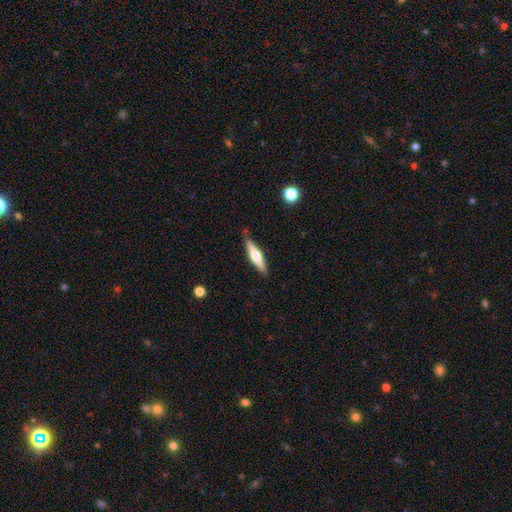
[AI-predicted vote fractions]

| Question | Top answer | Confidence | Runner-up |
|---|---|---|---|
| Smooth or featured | featured or disk | 56% | smooth (38%) |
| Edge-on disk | yes | 96% | no (4%) |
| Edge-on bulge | rounded | 89% | boxy (8%) |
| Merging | none | 84% | minor disturbance (12%) |